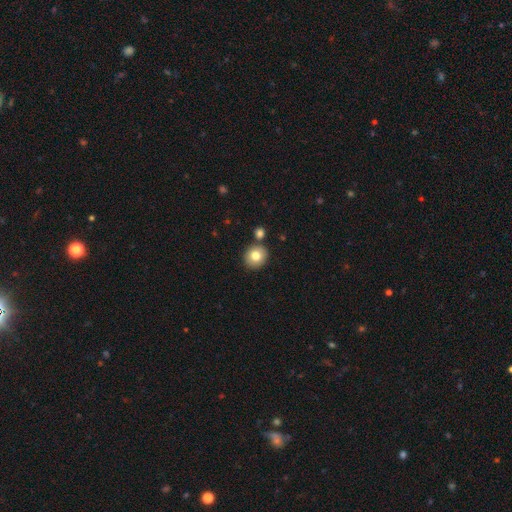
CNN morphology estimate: smooth 81%, featured or disk 10%, star or artifact 9%. Down the decision tree: how rounded — round (84%); merging — none (80%).